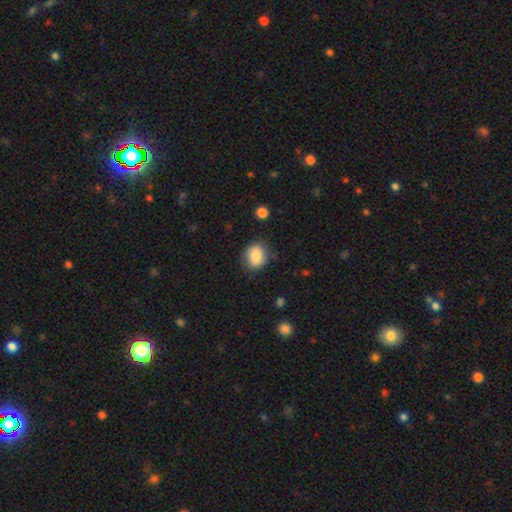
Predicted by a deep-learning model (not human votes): Smooth or featured: smooth — 82% (featured or disk — 10%)
How rounded: round — 55% (in between — 44%)
Merging: none — 78% (minor disturbance — 16%)